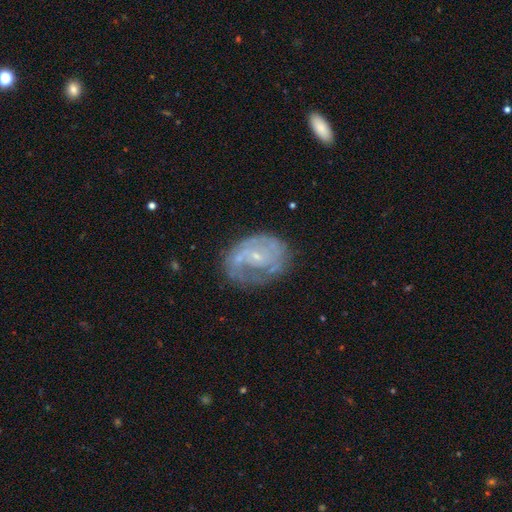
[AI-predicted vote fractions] Smooth or featured? Predicted: featured or disk (p=0.76). Edge-on disk? Predicted: no (p=0.97). Bar? Predicted: no (p=0.60). Spiral arms? Predicted: yes (p=0.82). Spiral winding? Predicted: tight (p=0.47). Spiral arm count? Predicted: 2 (p=0.40). Bulge size? Predicted: small (p=0.80). Merging? Predicted: none (p=0.59).